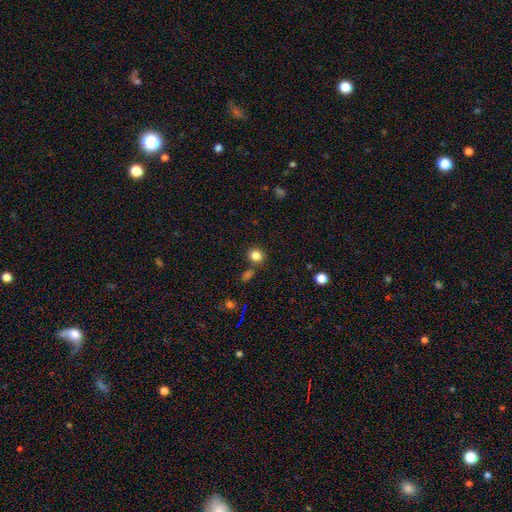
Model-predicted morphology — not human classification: Smooth or featured? smooth (83%)
How rounded? round (78%)
Merging? none (77%)